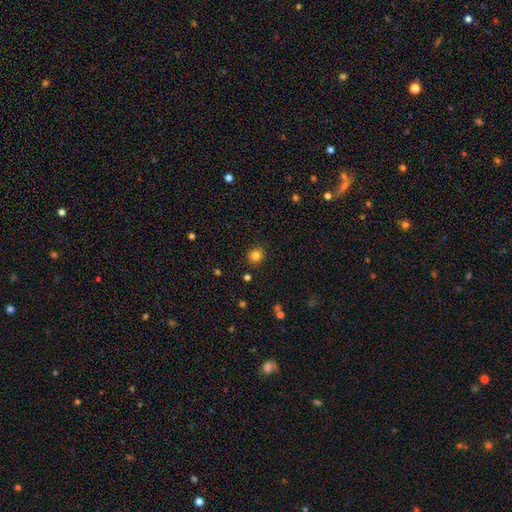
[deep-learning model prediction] Smooth or featured? smooth (83%)
How rounded? round (89%)
Merging? none (89%)